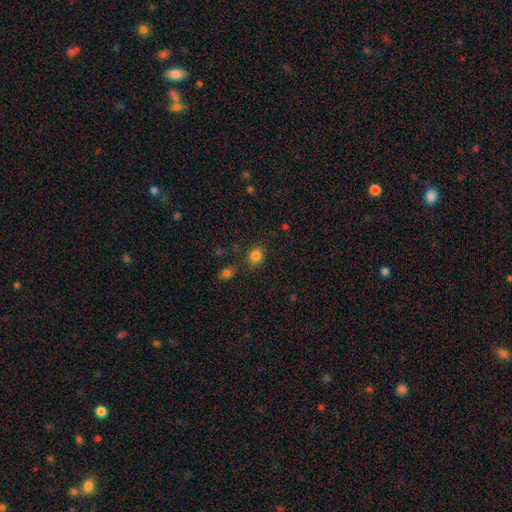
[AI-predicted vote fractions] smooth_or_featured: smooth (p=0.81) [alt: star or artifact p=0.14]
how_rounded: round (p=0.77) [alt: in between p=0.22]
merging: none (p=0.79) [alt: minor disturbance p=0.12]